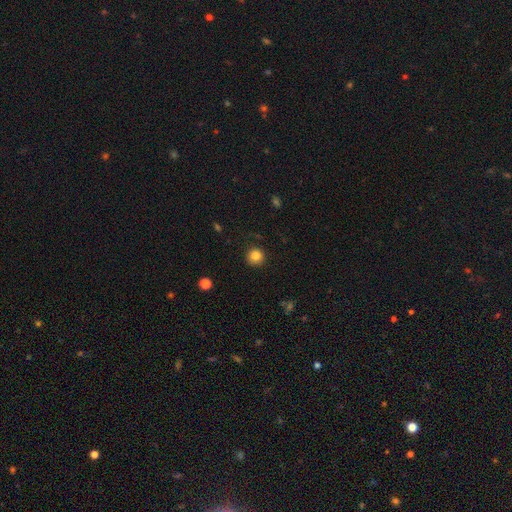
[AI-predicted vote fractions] Smooth or featured?
  - smooth: 83% *
  - star or artifact: 11%
  - featured or disk: 5%
How rounded?
  - round: 95% *
  - in between: 4%
  - cigar-shaped: 1%
Merging?
  - none: 89% *
  - minor disturbance: 7%
  - major disturbance: 2%
  - merger: 1%